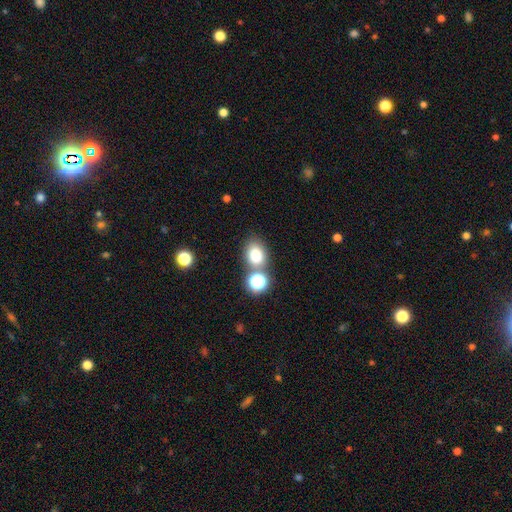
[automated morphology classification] smooth-or-featured: smooth: 79% | star or artifact: 14% | featured or disk: 7%
  how-rounded: in between: 60% | round: 39% | cigar-shaped: 1%
  merging: none: 61% | merger: 22% | minor disturbance: 12% | major disturbance: 5%